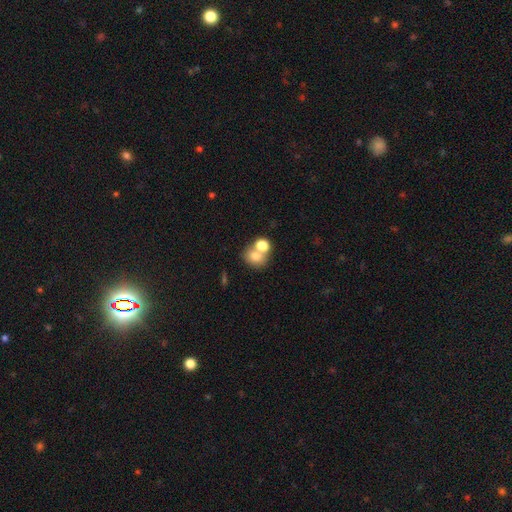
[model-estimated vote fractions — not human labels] Smooth or featured? Predicted: smooth (p=0.75). How rounded? Predicted: round (p=0.65). Merging? Predicted: merger (p=0.45).